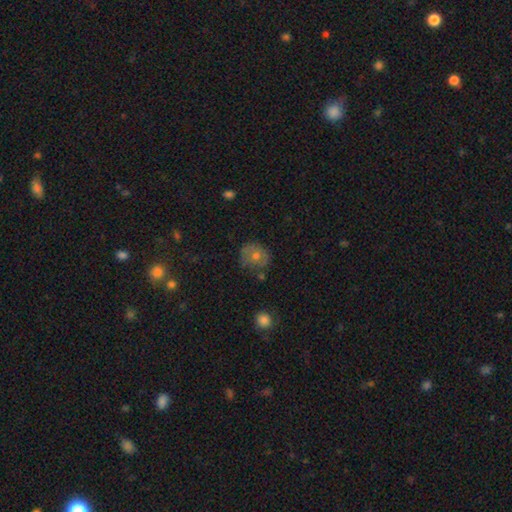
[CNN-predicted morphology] This is possibly a smooth galaxy (53%). How rounded: likely round (78%). Merging: likely none (71%).